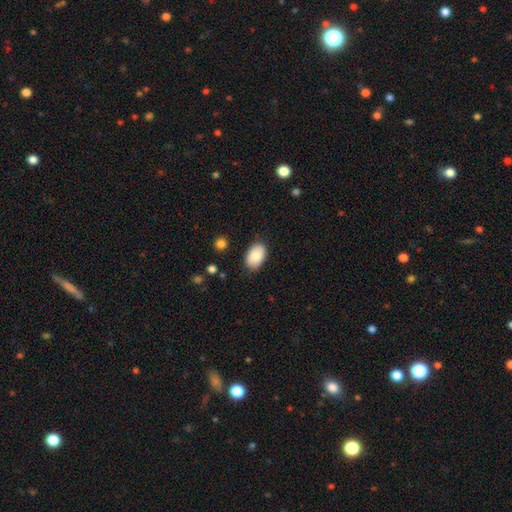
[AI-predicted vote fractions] smooth_or_featured: smooth (p=0.84) [alt: featured or disk p=0.10]
how_rounded: in between (p=0.90) [alt: round p=0.09]
merging: none (p=0.83) [alt: minor disturbance p=0.13]